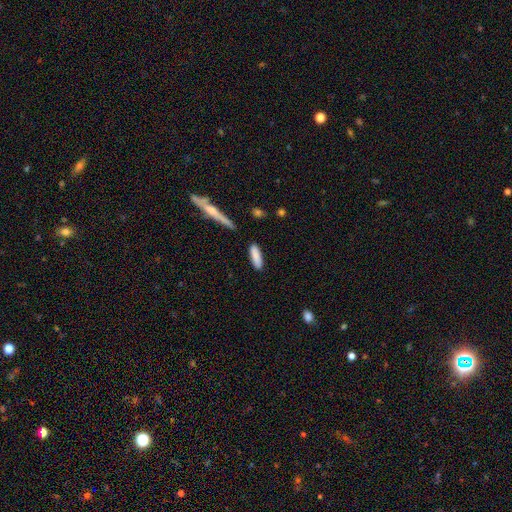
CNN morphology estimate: Overall: smooth (86%). How rounded: cigar-shaped (59%; in between 39%). Merging: none (85%).